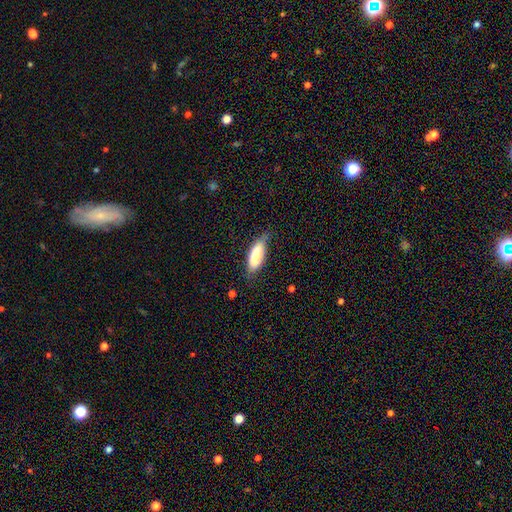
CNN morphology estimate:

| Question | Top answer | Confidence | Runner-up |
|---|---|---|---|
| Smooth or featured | smooth | 78% | featured or disk (15%) |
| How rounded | in between | 68% | cigar-shaped (30%) |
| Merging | none | 64% | minor disturbance (28%) |